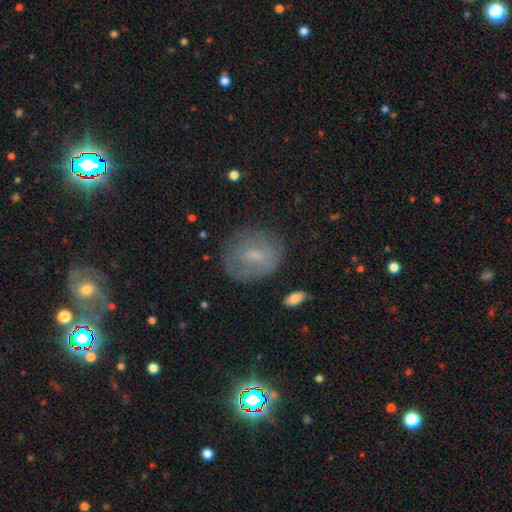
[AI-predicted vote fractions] Smooth or featured: smooth — 57% (featured or disk — 29%)
How rounded: round — 69% (in between — 29%)
Merging: none — 72% (minor disturbance — 19%)